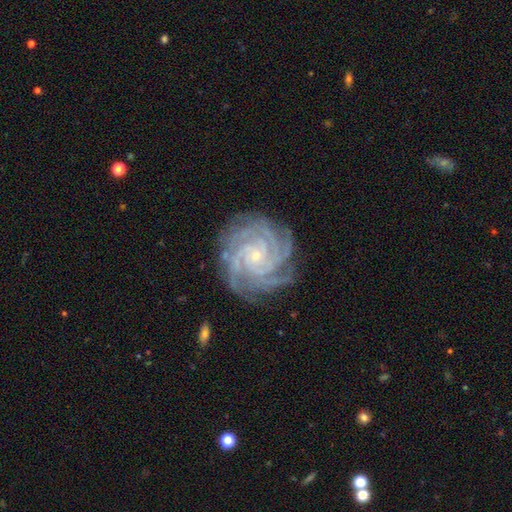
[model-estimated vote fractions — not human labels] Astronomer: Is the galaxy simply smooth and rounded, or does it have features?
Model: featured or disk — 91%.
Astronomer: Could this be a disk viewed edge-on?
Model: no — 98%.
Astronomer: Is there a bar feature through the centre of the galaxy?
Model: no — 74%.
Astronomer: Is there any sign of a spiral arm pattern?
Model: yes — 99%.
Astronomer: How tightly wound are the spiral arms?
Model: tight — 82%.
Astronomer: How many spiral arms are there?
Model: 4 — 37% (runner-up: more than 4, 27%).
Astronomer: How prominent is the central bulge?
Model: small — 85%.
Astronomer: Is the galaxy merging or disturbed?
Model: none — 82%.